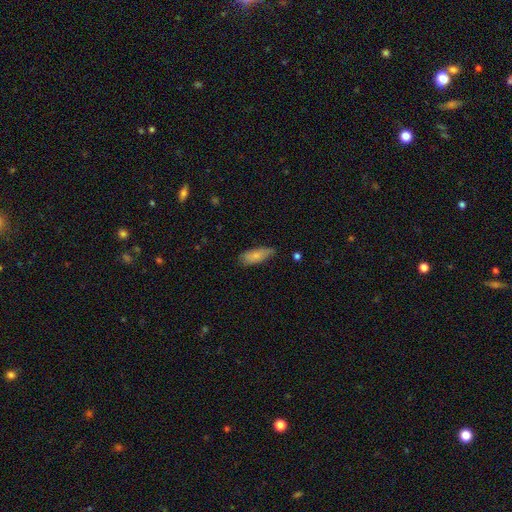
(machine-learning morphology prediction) A smooth galaxy with no disk features (80%) that is in between round and cigar-shaped (73%).

Vote fractions:
- Smooth or featured? smooth: 80% / featured or disk: 14% / star or artifact: 6%
- How rounded? in between: 73% / cigar-shaped: 25% / round: 2%
- Merging? none: 65% / minor disturbance: 28% / major disturbance: 5% / merger: 2%